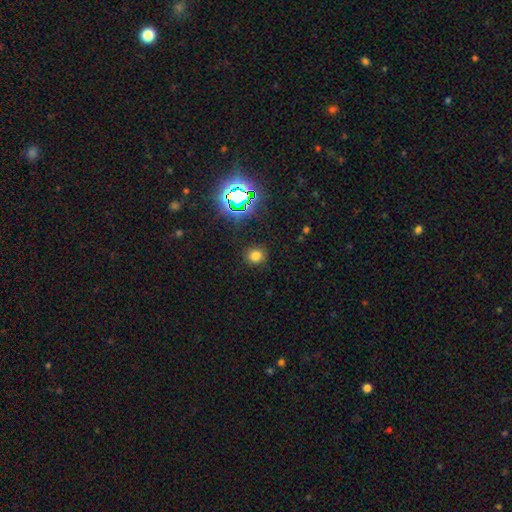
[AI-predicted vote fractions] smooth 73%, star or artifact 22%, featured or disk 6%. Down the decision tree: how rounded — round (83%); merging — none (89%).